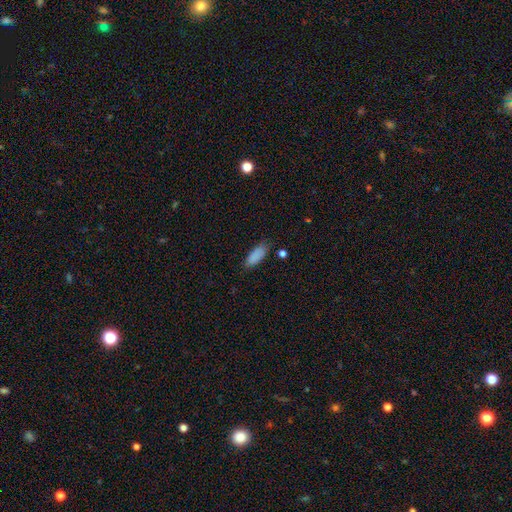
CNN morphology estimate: Overall: smooth (87%). How rounded: in between (77%). Merging: none (71%).